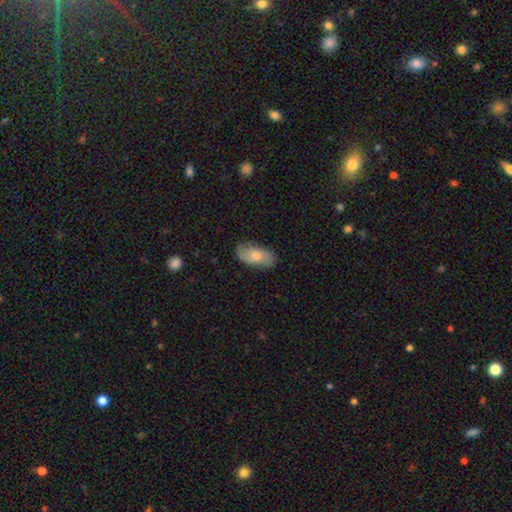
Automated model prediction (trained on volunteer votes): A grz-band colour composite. It shows a smooth galaxy with no disk features (68%) that is in between round and cigar-shaped (92%). Merging: none (83%).